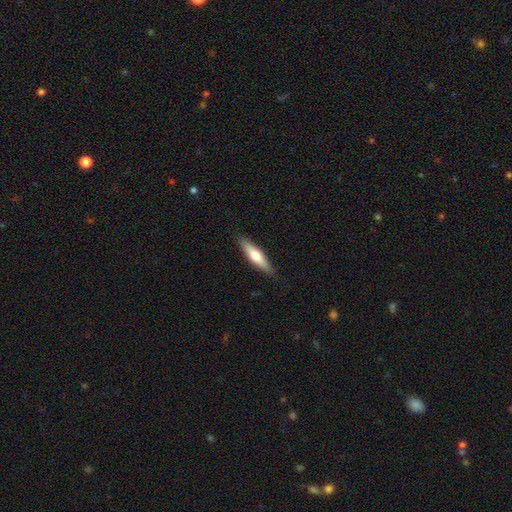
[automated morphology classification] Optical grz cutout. It shows a smooth galaxy with no disk features (54%) that is cigar-shaped (75%). Merging: none (88%).